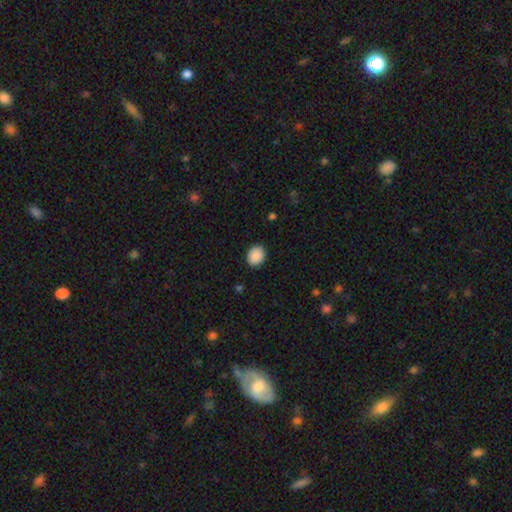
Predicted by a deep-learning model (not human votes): Q: Smooth or featured?
A: smooth (90%); runner-up: star or artifact (8%)
Q: How rounded?
A: round (61%); runner-up: in between (39%)
Q: Merging?
A: none (90%); runner-up: minor disturbance (7%)